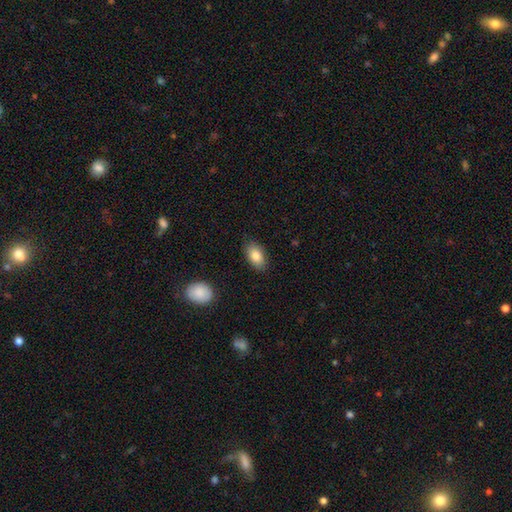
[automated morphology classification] This is clearly a smooth galaxy (85%). How rounded: clearly in between (92%). Merging: clearly none (85%).